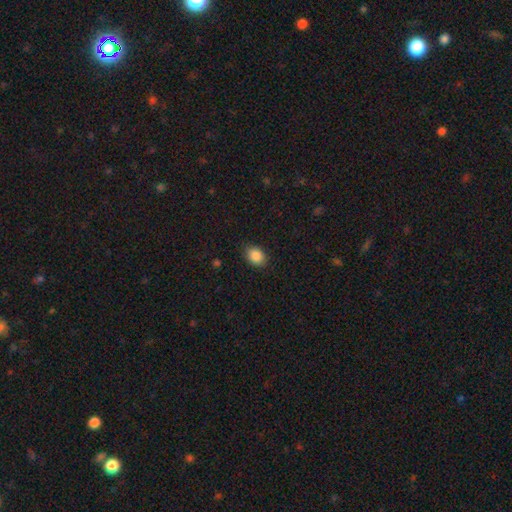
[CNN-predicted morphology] Q: Smooth or featured?
A: smooth (88%); runner-up: star or artifact (8%)
Q: How rounded?
A: in between (73%); runner-up: round (26%)
Q: Merging?
A: none (86%); runner-up: minor disturbance (10%)